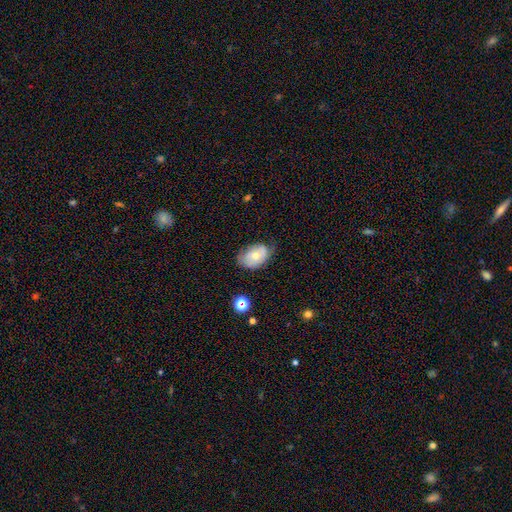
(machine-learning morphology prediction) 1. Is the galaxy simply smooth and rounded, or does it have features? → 53% smooth, 39% featured or disk, 9% star or artifact.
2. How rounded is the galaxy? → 83% in between, 16% round, 1% cigar-shaped.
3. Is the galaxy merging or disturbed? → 55% none, 34% minor disturbance, 9% major disturbance, 2% merger.